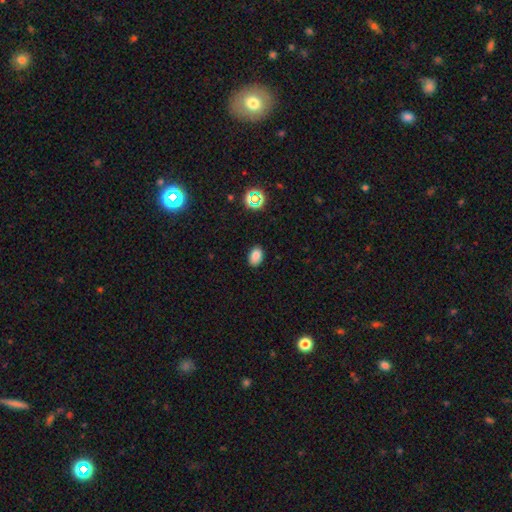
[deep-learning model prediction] Morphology: type=smooth (83%); roundness=in between (82%); merging=none (87%).